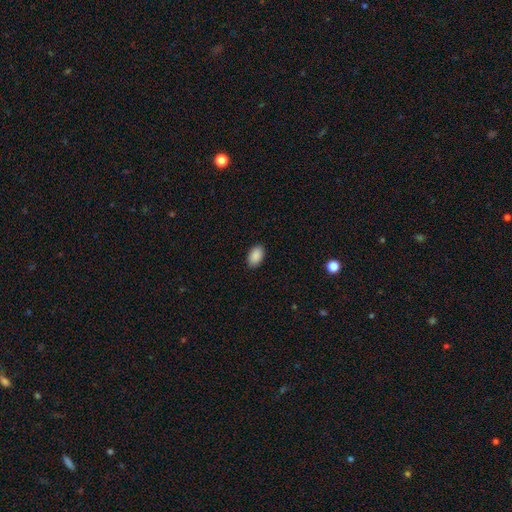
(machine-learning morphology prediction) This appears to be a smooth galaxy with no disk features (90%) that is in between round and cigar-shaped (93%). Merging: none (90%).